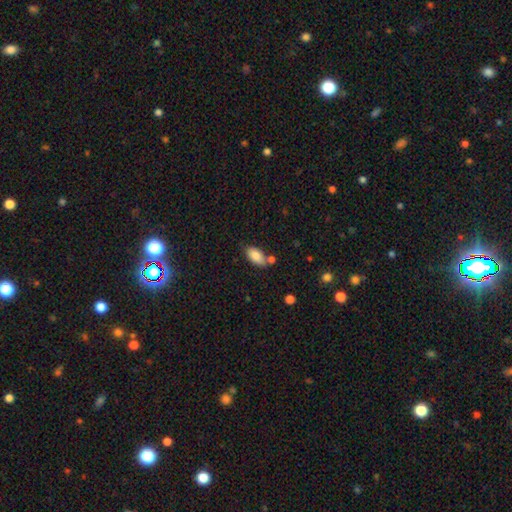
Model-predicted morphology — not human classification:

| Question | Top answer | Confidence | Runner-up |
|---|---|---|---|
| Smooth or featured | smooth | 84% | featured or disk (9%) |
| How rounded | in between | 92% | cigar-shaped (5%) |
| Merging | none | 61% | minor disturbance (18%) |